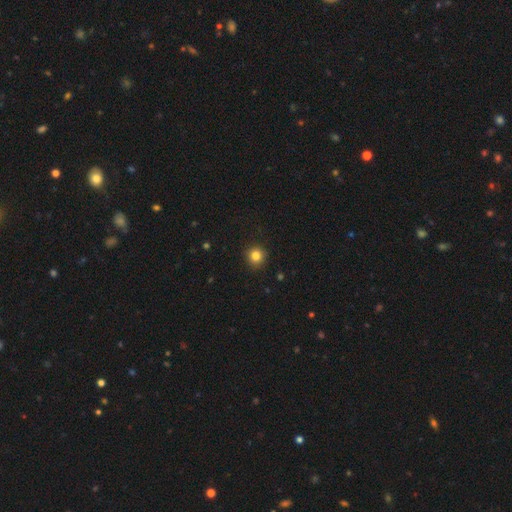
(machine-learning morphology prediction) This appears to be a smooth galaxy with no disk features (83%) that is round (93%). Merging: none (91%).